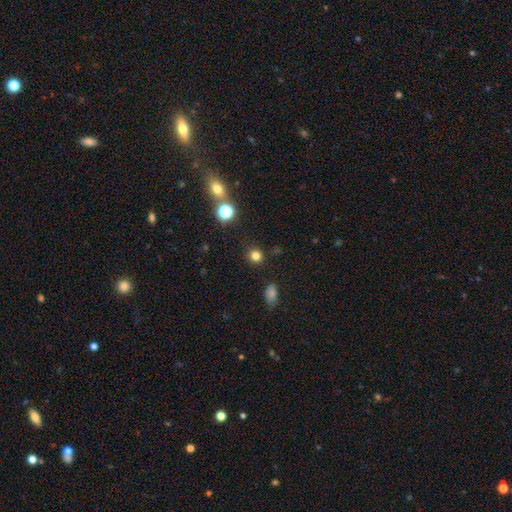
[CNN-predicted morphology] Q: Smooth or featured?
A: smooth (79%); runner-up: star or artifact (16%)
Q: How rounded?
A: round (89%); runner-up: in between (10%)
Q: Merging?
A: none (87%); runner-up: minor disturbance (8%)